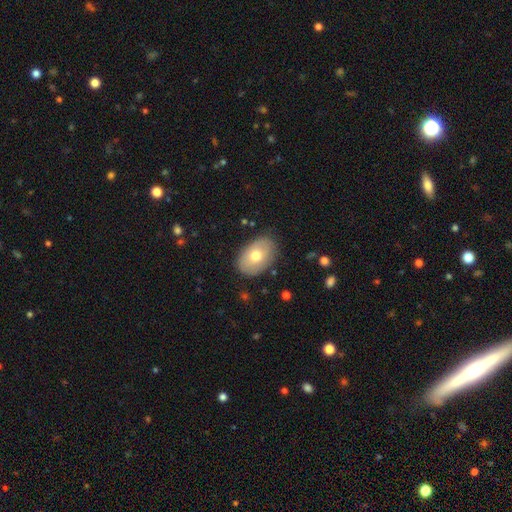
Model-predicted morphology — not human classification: smooth_or_featured: smooth (p=0.67) [alt: featured or disk p=0.26]
how_rounded: in between (p=0.85) [alt: round p=0.14]
merging: none (p=0.83) [alt: minor disturbance p=0.13]